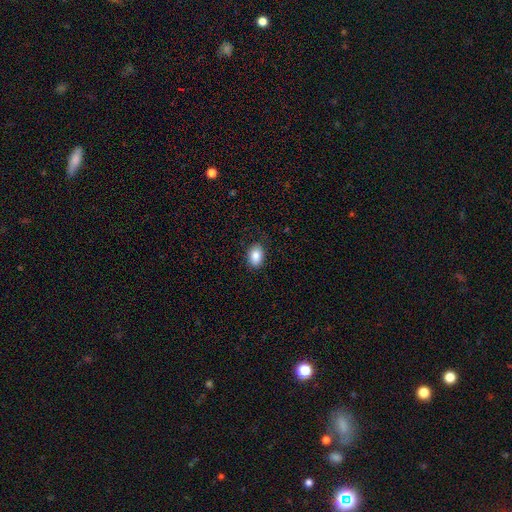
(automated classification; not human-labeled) Morphology: type=smooth (87%); roundness=in between (81%); merging=none (84%).